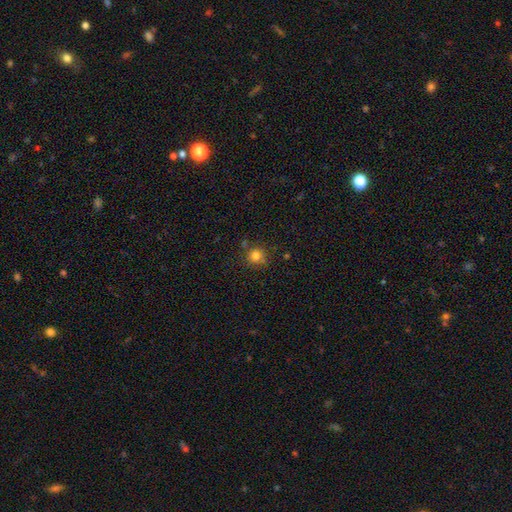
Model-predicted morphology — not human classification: smooth 80%, star or artifact 14%, featured or disk 6%. Down the decision tree: how rounded — round (90%); merging — none (77%).